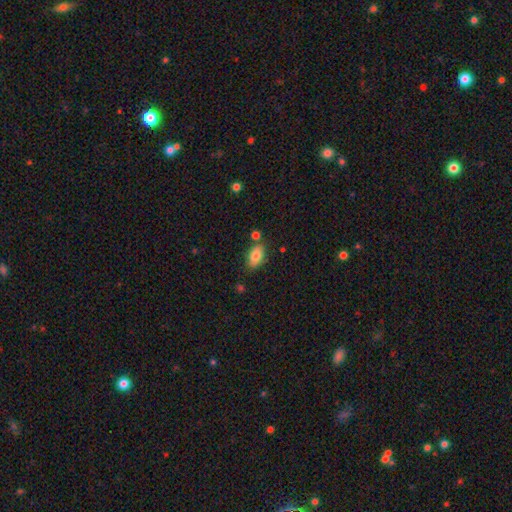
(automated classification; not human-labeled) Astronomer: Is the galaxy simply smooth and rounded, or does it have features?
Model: smooth — 81%.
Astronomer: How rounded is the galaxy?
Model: in between — 91%.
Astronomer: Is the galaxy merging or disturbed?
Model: none — 76%.